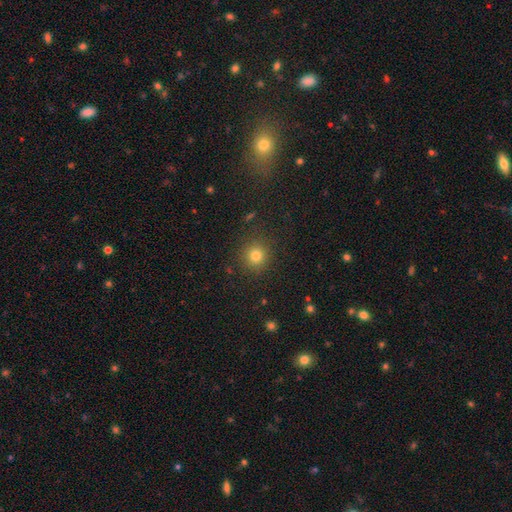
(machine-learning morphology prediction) smooth 78%, star or artifact 16%, featured or disk 6%. Down the decision tree: how rounded — round (93%); merging — none (89%).